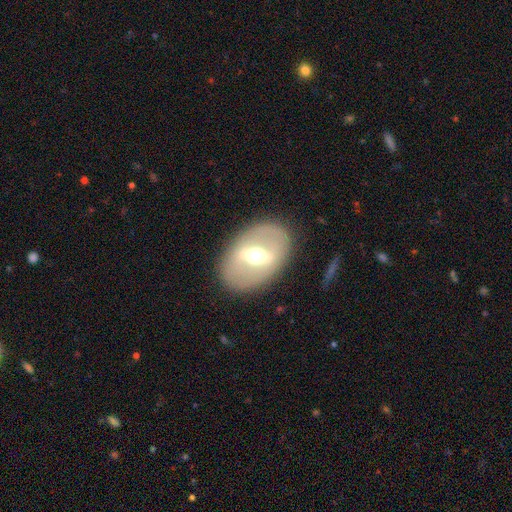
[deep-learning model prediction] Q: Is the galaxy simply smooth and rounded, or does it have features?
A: featured or disk — 68%.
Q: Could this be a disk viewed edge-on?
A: no — 86%.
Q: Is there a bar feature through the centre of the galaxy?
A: strong — 62%.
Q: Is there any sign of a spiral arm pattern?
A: no — 81%.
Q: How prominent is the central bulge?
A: moderate — 71%.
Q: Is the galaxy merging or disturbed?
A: none — 85%.